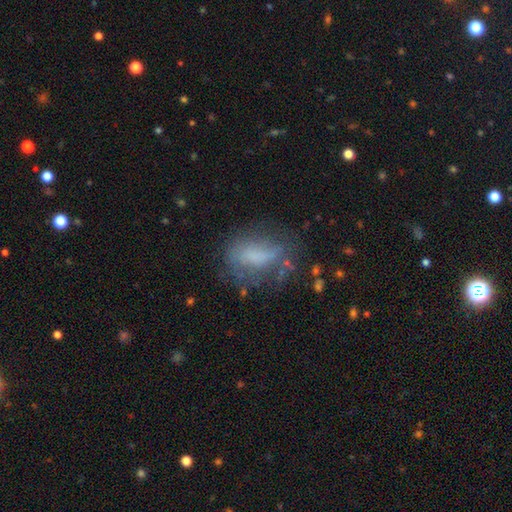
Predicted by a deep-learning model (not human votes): Smooth or featured? smooth (60%)
How rounded? in between (80%)
Merging? none (51%)